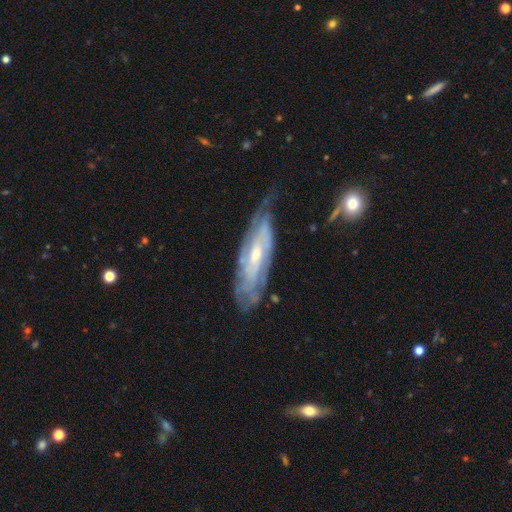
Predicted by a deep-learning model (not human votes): This is clearly a featured or disk galaxy (83%). It is clearly not viewed edge-on (82%). Bar: possibly no (48%). Spiral arm pattern: clearly yes (93%). Spiral arm count: possibly can't tell (52%). Spiral winding: likely tight (66%). Central bulge: possibly small (53%). Merging: likely none (62%).